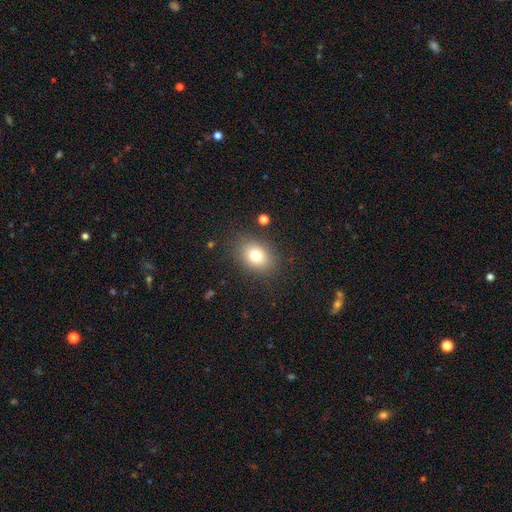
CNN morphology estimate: Smooth or featured? smooth (77%)
How rounded? in between (63%)
Merging? none (85%)